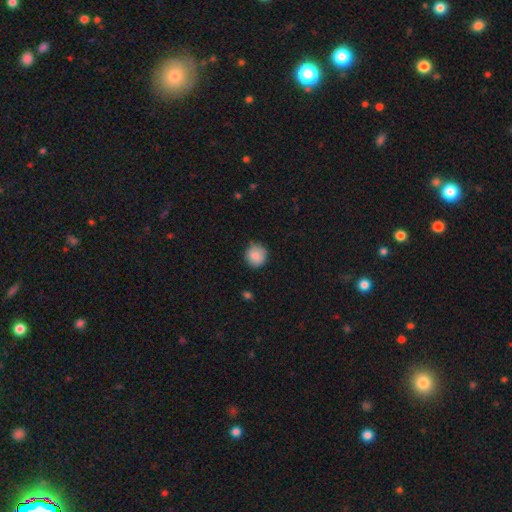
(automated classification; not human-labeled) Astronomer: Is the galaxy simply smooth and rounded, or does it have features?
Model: smooth — 87%.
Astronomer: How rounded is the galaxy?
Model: round — 91%.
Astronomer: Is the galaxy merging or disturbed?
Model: none — 84%.